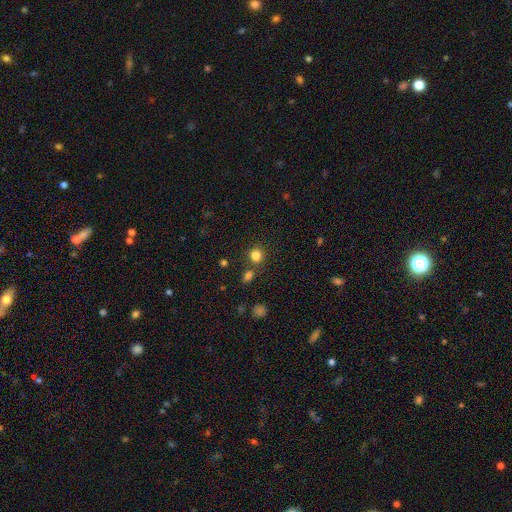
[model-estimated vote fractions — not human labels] A smooth galaxy with no disk features (82%) that is round (85%).

Vote fractions:
- Smooth or featured? smooth: 82% / star or artifact: 14% / featured or disk: 4%
- How rounded? round: 85% / in between: 14% / cigar-shaped: 1%
- Merging? none: 77% / merger: 11% / minor disturbance: 9% / major disturbance: 3%